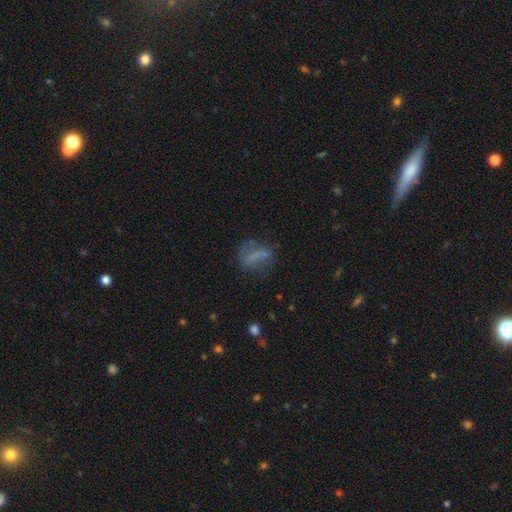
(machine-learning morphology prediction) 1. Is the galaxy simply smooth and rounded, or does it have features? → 53% smooth, 32% featured or disk, 16% star or artifact.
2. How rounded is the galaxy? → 61% in between, 25% round, 14% cigar-shaped.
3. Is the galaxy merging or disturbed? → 47% none, 24% major disturbance, 23% minor disturbance, 6% merger.